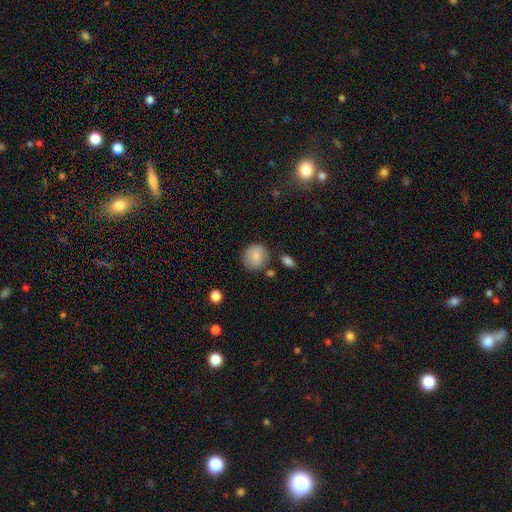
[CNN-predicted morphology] This appears to be a smooth galaxy with no disk features (81%) that is round (84%). Merging: none (75%).